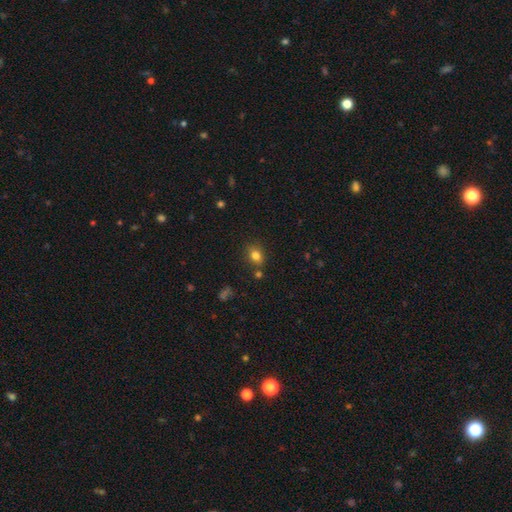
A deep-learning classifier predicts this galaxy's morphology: Smooth or featured?
  - smooth: 80% *
  - star or artifact: 13%
  - featured or disk: 7%
How rounded?
  - round: 51% *
  - in between: 48%
  - cigar-shaped: 1%
Merging?
  - none: 77% *
  - minor disturbance: 12%
  - merger: 7%
  - major disturbance: 3%